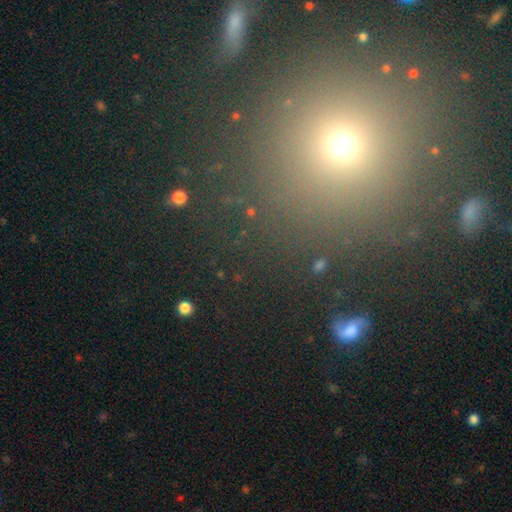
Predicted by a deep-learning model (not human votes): smooth-or-featured: star or artifact: 47% | smooth: 44% | featured or disk: 9%